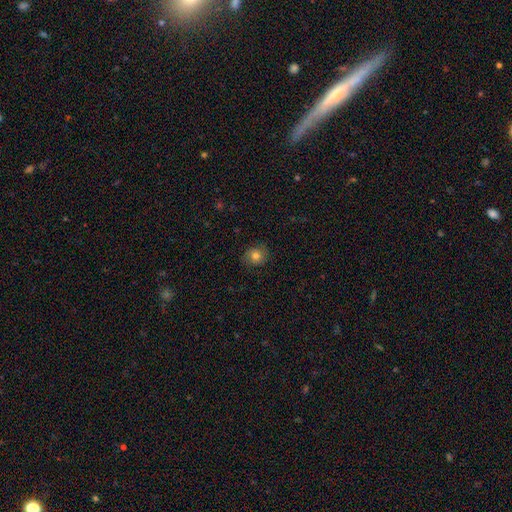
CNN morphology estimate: type=smooth (78%); roundness=round (80%); merging=none (83%).